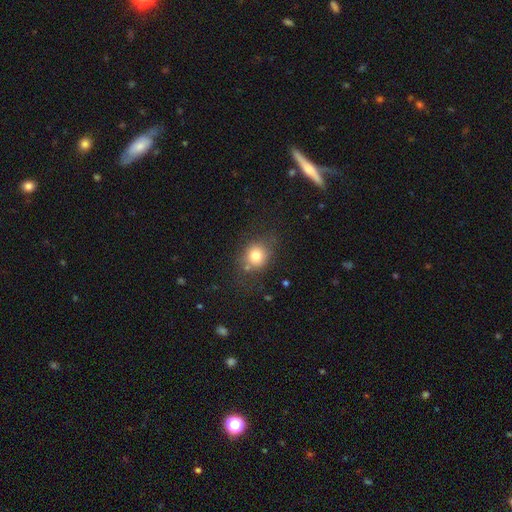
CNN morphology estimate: type=smooth (77%); roundness=round (75%); merging=none (69%).